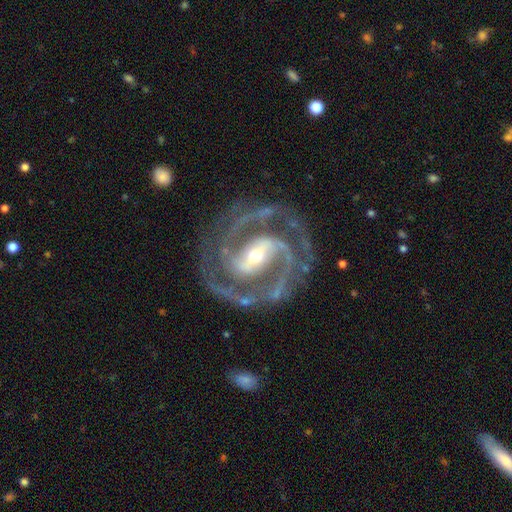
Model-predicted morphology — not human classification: A featured or disk galaxy (94%) with a strong bar (62%), 2 (74%) medium (54%) spiral arms (99%) and a small central bulge (51%). Merging: none (78%).